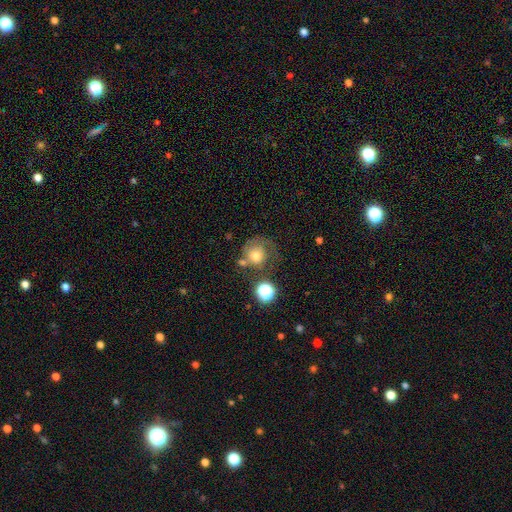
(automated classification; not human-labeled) smooth_or_featured: smooth (p=0.57) [alt: featured or disk p=0.31]
how_rounded: round (p=0.81) [alt: in between p=0.18]
merging: none (p=0.38) [alt: major disturbance p=0.24]